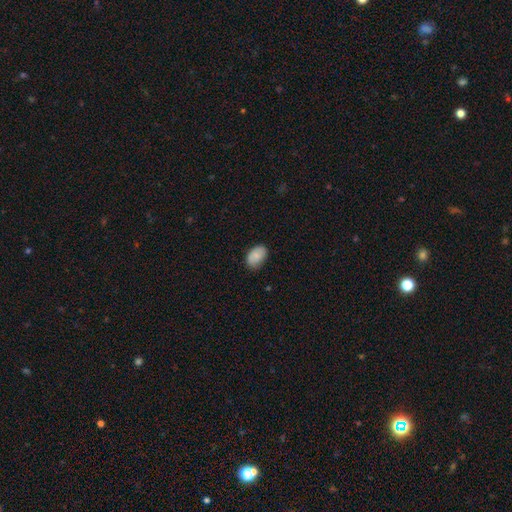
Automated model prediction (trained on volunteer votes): This appears to be a smooth galaxy with no disk features (85%) that is in between round and cigar-shaped (90%). Merging: none (78%).